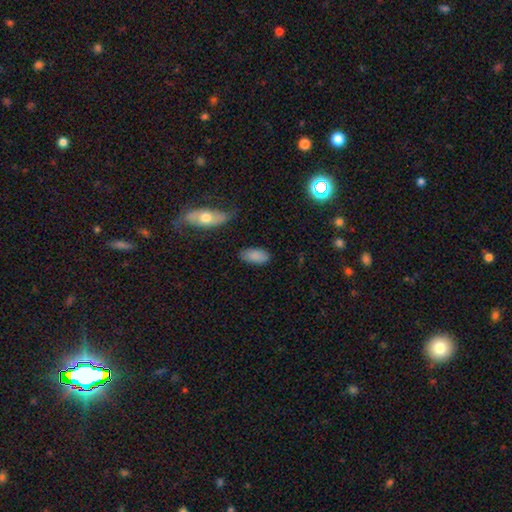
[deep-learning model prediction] This appears to be a smooth galaxy with no disk features (85%) that is in between round and cigar-shaped (93%). Merging: none (80%).